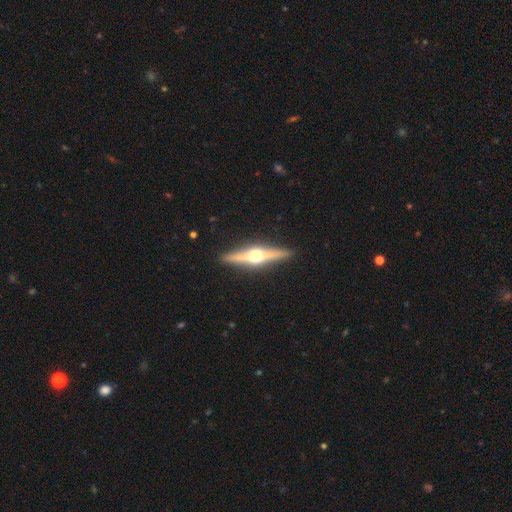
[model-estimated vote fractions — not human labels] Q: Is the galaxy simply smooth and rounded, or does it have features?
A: featured or disk — 80%.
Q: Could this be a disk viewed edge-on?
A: yes — 98%.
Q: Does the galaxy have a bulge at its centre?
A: rounded — 96%.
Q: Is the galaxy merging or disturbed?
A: none — 91%.